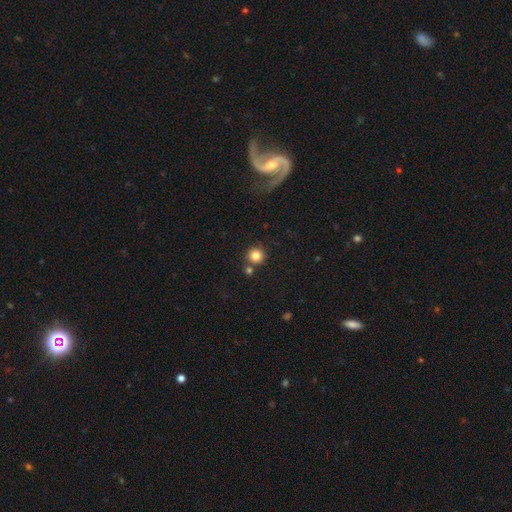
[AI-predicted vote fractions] Smooth or featured: smooth — 83% (star or artifact — 11%)
How rounded: round — 93% (in between — 6%)
Merging: none — 76% (merger — 13%)